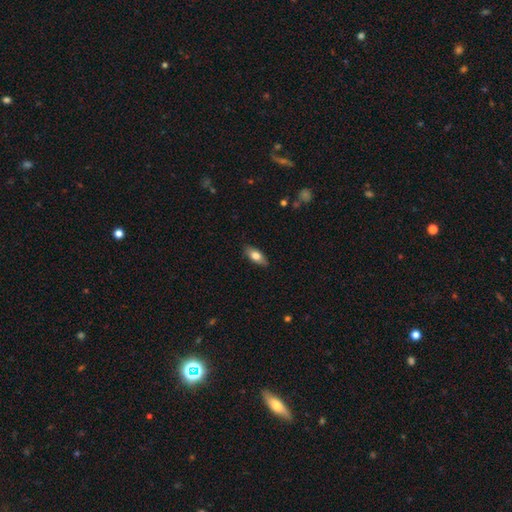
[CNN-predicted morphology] smooth_or_featured: smooth (p=0.72) [alt: featured or disk p=0.21]
how_rounded: in between (p=0.80) [alt: cigar-shaped p=0.16]
merging: none (p=0.87) [alt: minor disturbance p=0.10]